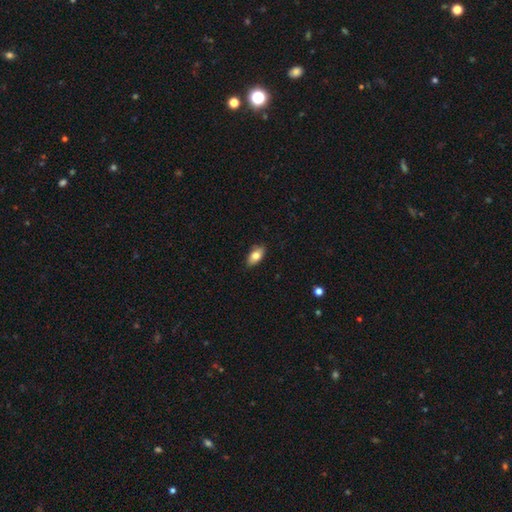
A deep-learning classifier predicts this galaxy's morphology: type=smooth (80%); roundness=in between (91%); merging=none (87%).